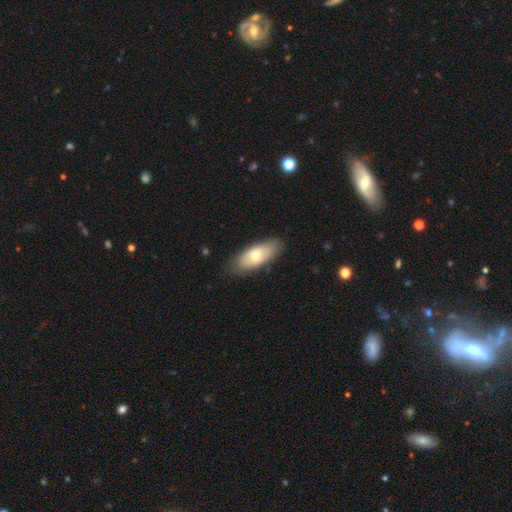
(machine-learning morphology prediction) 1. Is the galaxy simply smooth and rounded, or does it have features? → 64% smooth, 30% featured or disk, 6% star or artifact.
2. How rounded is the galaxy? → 85% in between, 12% cigar-shaped, 3% round.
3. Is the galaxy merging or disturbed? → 83% none, 13% minor disturbance, 3% major disturbance, 1% merger.